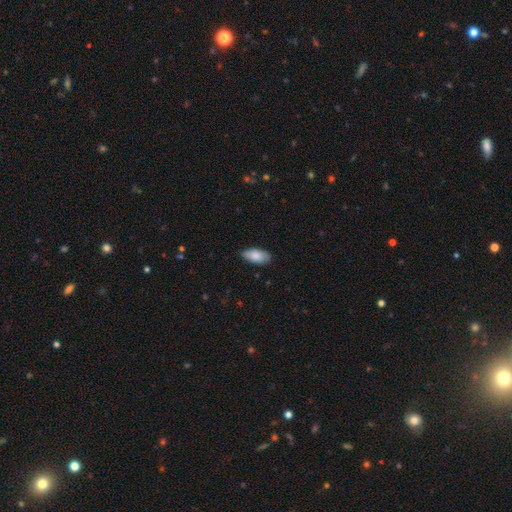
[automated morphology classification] A smooth galaxy with no disk features (85%) that is in between round and cigar-shaped (92%). Merging: none (81%).